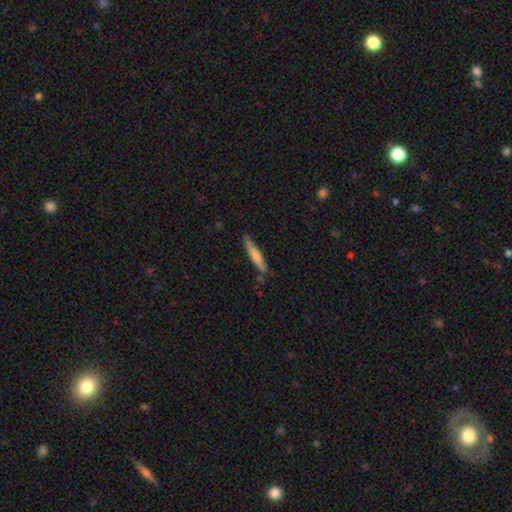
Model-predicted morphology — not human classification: Smooth or featured? smooth (56%)
How rounded? cigar-shaped (93%)
Merging? none (83%)